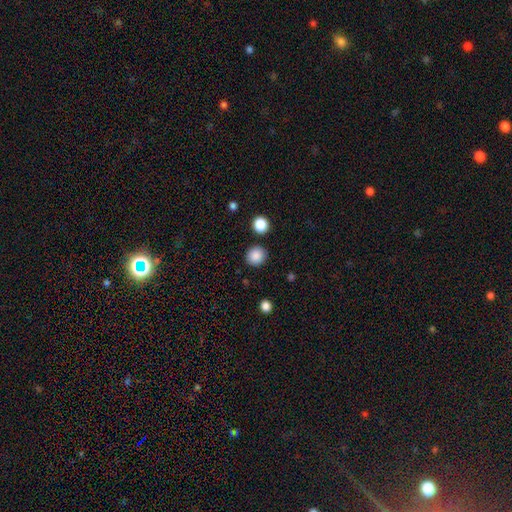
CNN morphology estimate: Smooth or featured? smooth (87%)
How rounded? round (89%)
Merging? none (89%)